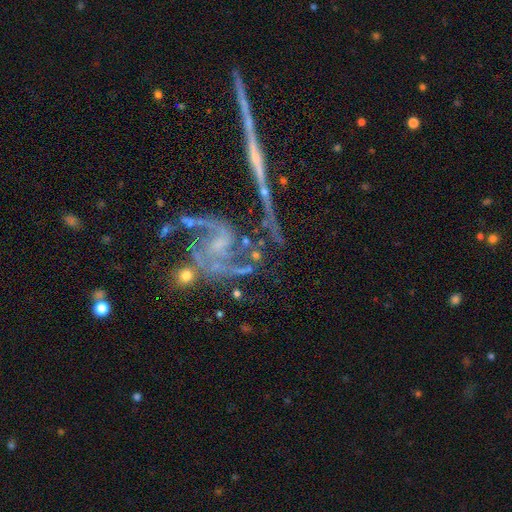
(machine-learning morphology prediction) This appears to be a featured or disk galaxy (81%) with no bar (49%), 2 (60%) medium (46%) spiral arms (92%) and a small central bulge (40%). Merging: none (49%).